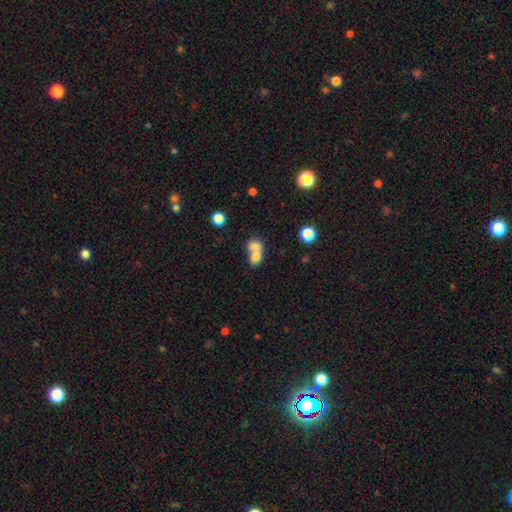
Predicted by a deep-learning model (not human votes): The model was most divided on "how rounded": in between: 54%, round: 44%, cigar-shaped: 2%. More confident: merging — merger (73%); smooth or featured — smooth (72%).